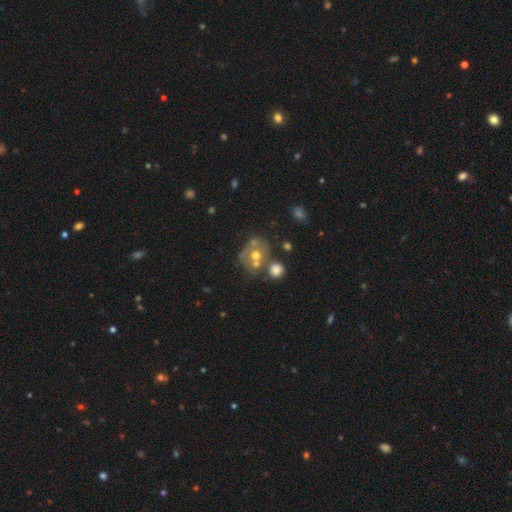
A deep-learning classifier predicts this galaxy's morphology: A smooth galaxy with no disk features (35%). Merging: none (49%).